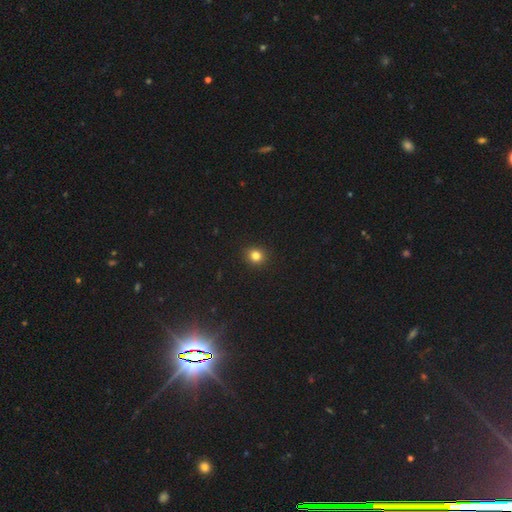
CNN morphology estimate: Smooth or featured? Predicted: smooth (p=0.82). How rounded? Predicted: round (p=0.85). Merging? Predicted: none (p=0.92).